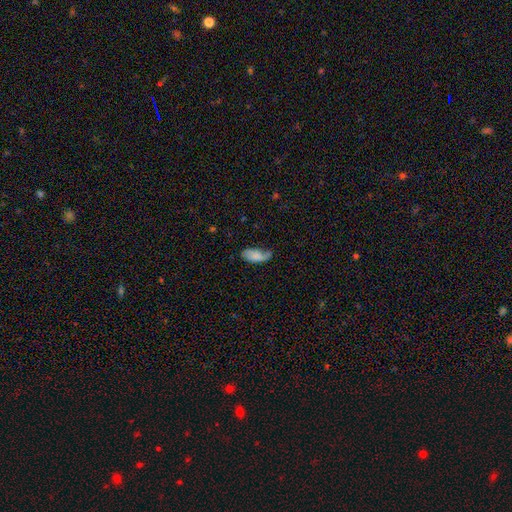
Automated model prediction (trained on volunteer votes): A smooth galaxy with no disk features (65%) that is in between round and cigar-shaped (89%).

Vote fractions:
- Smooth or featured? smooth: 65% / featured or disk: 28% / star or artifact: 7%
- How rounded? in between: 89% / cigar-shaped: 8% / round: 3%
- Merging? none: 41% / minor disturbance: 35% / major disturbance: 20% / merger: 3%